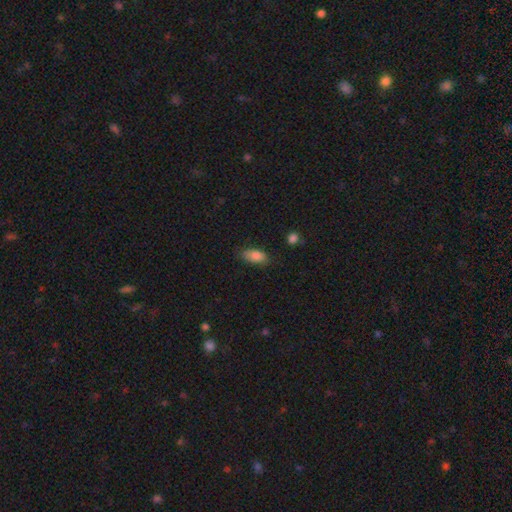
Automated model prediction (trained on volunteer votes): The model was most divided on "merging": none: 74%, minor disturbance: 20%, major disturbance: 4%, merger: 2%. More confident: how rounded — in between (89%); smooth or featured — smooth (85%).